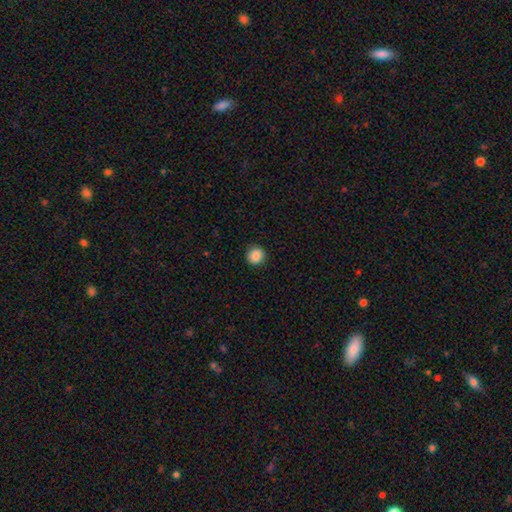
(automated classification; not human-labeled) The model was most divided on "smooth or featured": smooth: 87%, star or artifact: 9%, featured or disk: 4%. More confident: how rounded — round (93%); merging — none (91%).